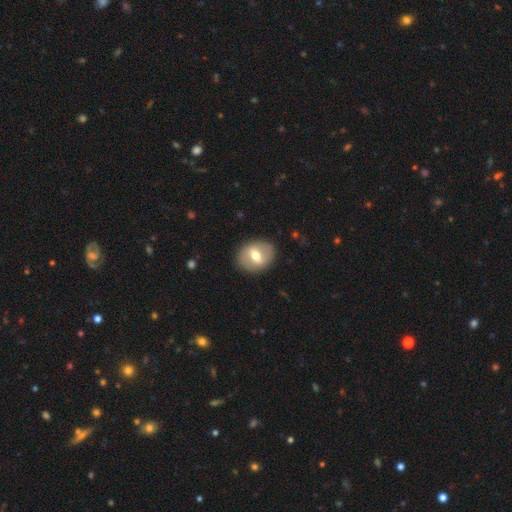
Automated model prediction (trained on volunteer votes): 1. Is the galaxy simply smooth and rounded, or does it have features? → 52% smooth, 41% featured or disk, 7% star or artifact.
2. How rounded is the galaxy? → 52% in between, 47% round, 2% cigar-shaped.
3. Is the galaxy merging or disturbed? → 86% none, 10% minor disturbance, 3% major disturbance, 1% merger.